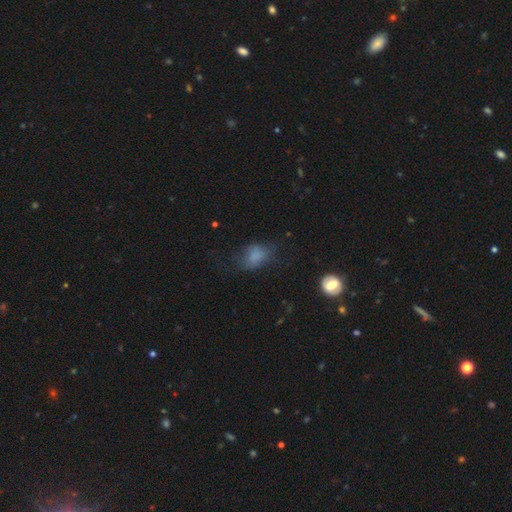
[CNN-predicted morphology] This appears to be a smooth galaxy with no disk features (74%) that is in between round and cigar-shaped (69%). Merging: none (48%).